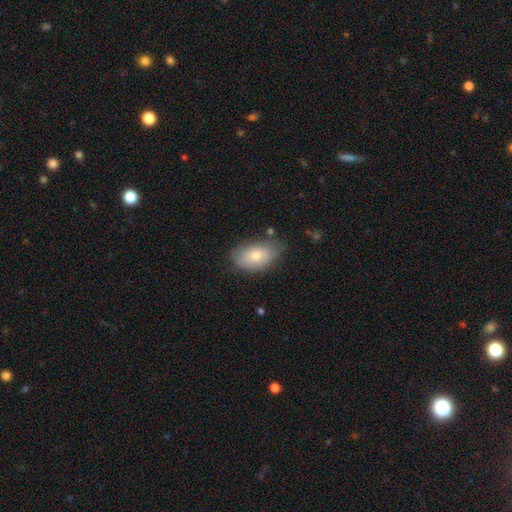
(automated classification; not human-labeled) smooth 76%, featured or disk 17%, star or artifact 7%. Down the decision tree: how rounded — in between (91%); merging — none (69%).